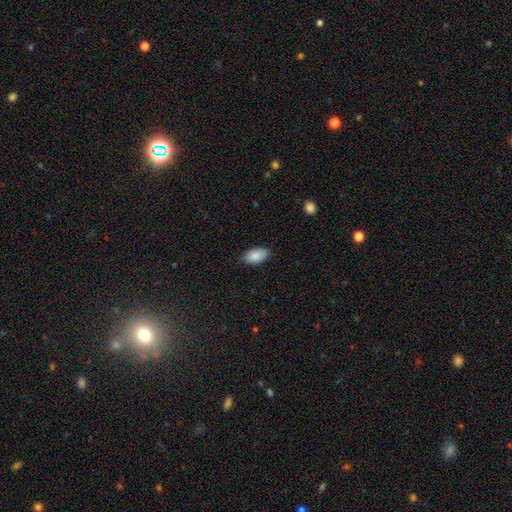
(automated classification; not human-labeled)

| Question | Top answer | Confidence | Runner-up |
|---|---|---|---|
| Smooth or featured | smooth | 88% | star or artifact (6%) |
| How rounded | in between | 95% | round (3%) |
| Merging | none | 84% | minor disturbance (13%) |